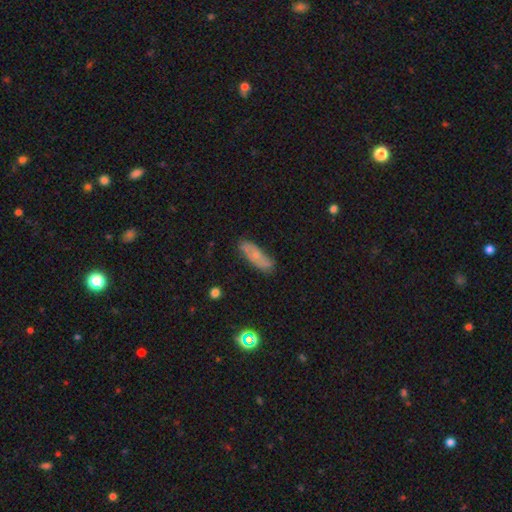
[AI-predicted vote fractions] The model was most divided on "how rounded": in between: 56%, cigar-shaped: 41%, round: 3%. More confident: merging — none (77%); smooth or featured — smooth (56%).